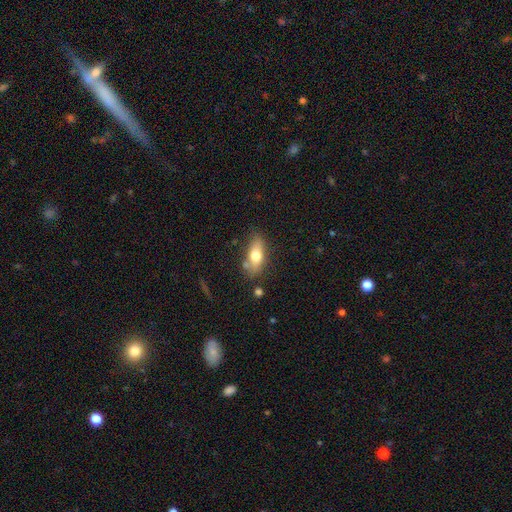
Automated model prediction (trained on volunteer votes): Smooth or featured? smooth (68%)
How rounded? in between (78%)
Merging? none (72%)